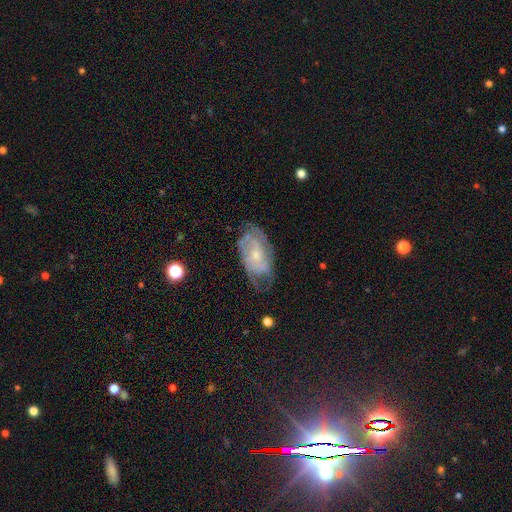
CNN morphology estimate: This is likely a featured or disk galaxy (71%). It is clearly not viewed edge-on (95%). Bar: likely no (70%). Spiral arm pattern: clearly yes (83%). Spiral arm count: possibly can't tell (48%). Spiral winding: possibly tight (51%). Central bulge: likely small (64%). Merging: possibly none (59%).